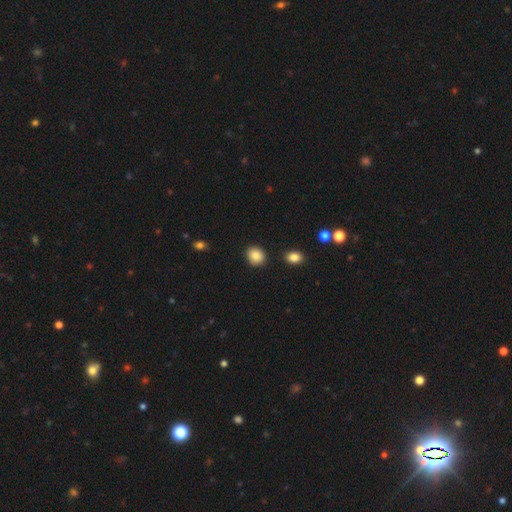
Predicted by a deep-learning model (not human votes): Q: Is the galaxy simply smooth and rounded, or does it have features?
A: smooth — 87%.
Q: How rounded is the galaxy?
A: round — 71%.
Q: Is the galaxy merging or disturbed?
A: none — 88%.